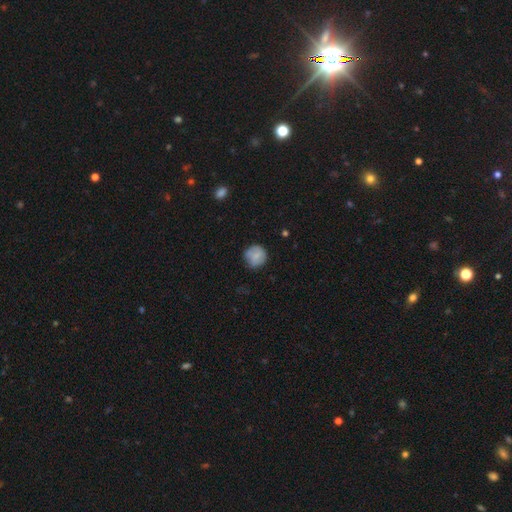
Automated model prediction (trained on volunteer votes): This appears to be a smooth galaxy with no disk features (77%) that is round (90%). Merging: none (75%).